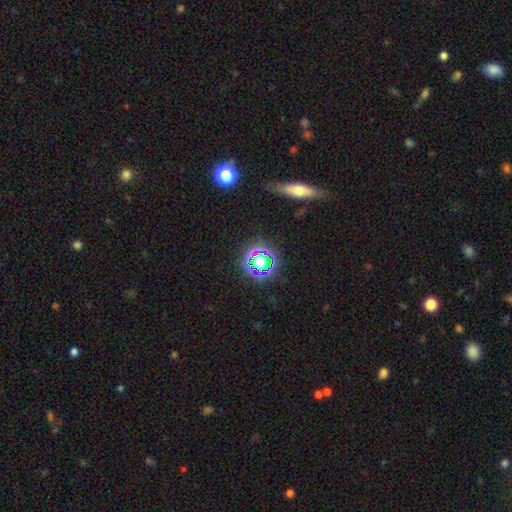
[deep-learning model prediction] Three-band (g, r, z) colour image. It shows a star or artifact, not a galaxy (62%).